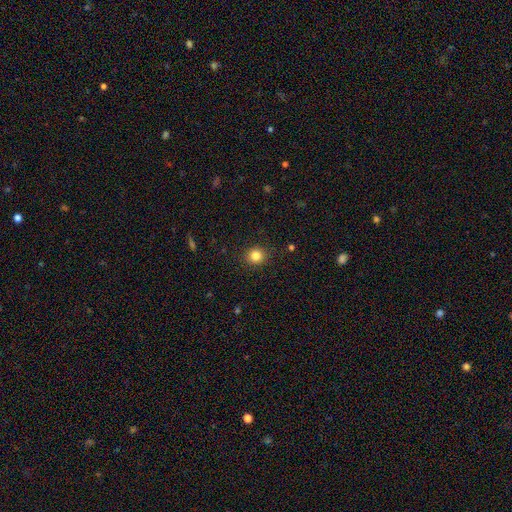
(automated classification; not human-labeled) This appears to be a smooth galaxy with no disk features (83%) that is round (87%). Merging: none (90%).